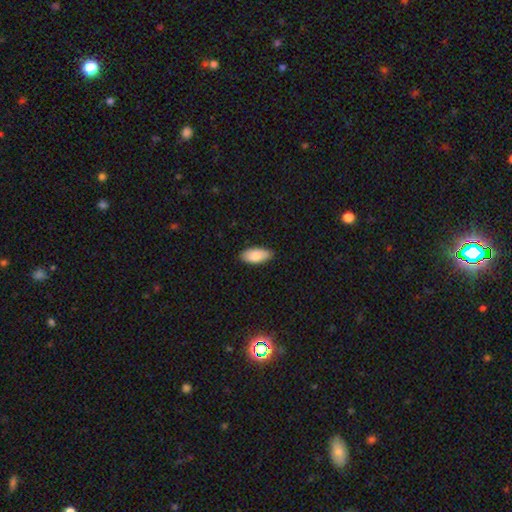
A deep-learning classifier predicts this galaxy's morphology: Q: Smooth or featured?
A: smooth (87%); runner-up: featured or disk (7%)
Q: How rounded?
A: in between (91%); runner-up: cigar-shaped (7%)
Q: Merging?
A: none (86%); runner-up: minor disturbance (12%)